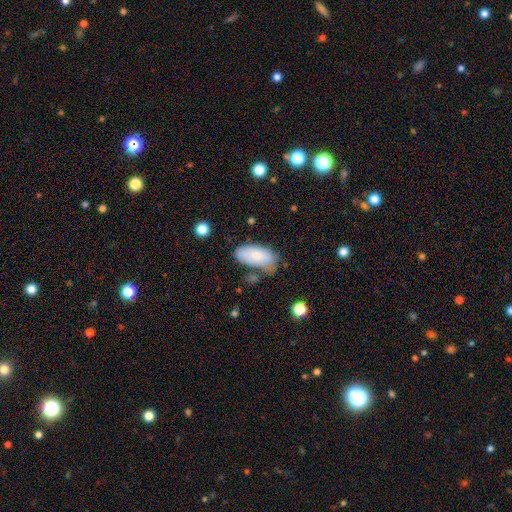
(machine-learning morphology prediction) type=smooth (79%); roundness=in between (93%); merging=none (51%).